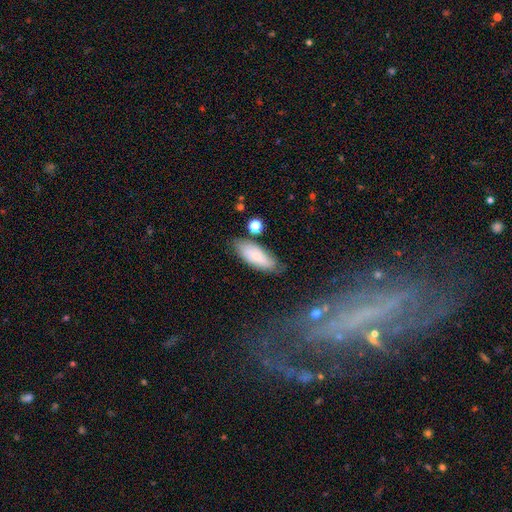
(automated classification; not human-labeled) A smooth galaxy with no disk features (60%) that is in between round and cigar-shaped (74%). Merging: none (71%).